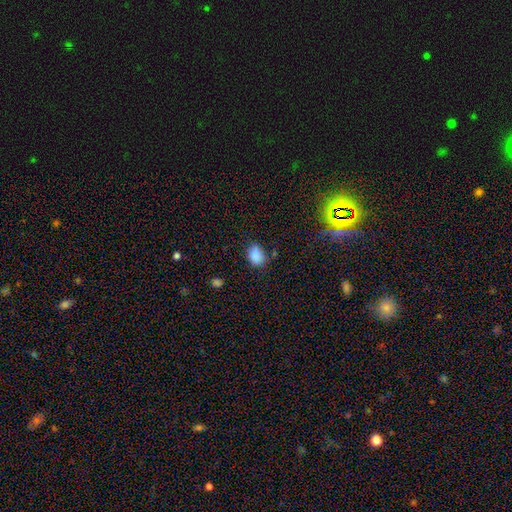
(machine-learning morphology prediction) type=smooth (86%); roundness=in between (72%); merging=none (61%).